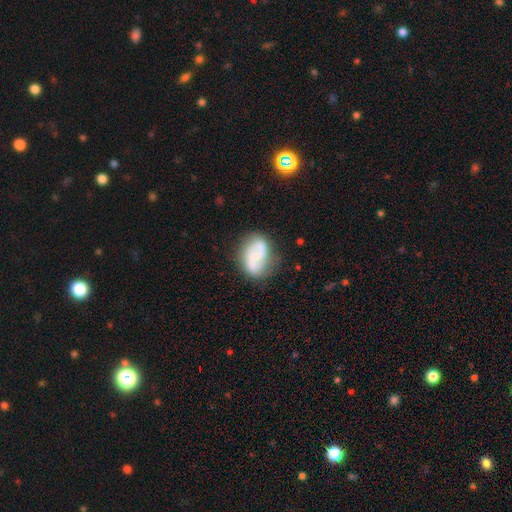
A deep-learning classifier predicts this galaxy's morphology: Q: Smooth or featured?
A: featured or disk (66%); runner-up: smooth (27%)
Q: Edge-on disk?
A: no (97%); runner-up: yes (3%)
Q: Bar?
A: no (46%); runner-up: weak (39%)
Q: Spiral arms?
A: yes (83%); runner-up: no (17%)
Q: Spiral winding?
A: medium (42%); runner-up: loose (39%)
Q: Spiral arm count?
A: 2 (82%); runner-up: can't tell (9%)
Q: Bulge size?
A: small (51%); runner-up: moderate (29%)
Q: Merging?
A: none (65%); runner-up: minor disturbance (22%)